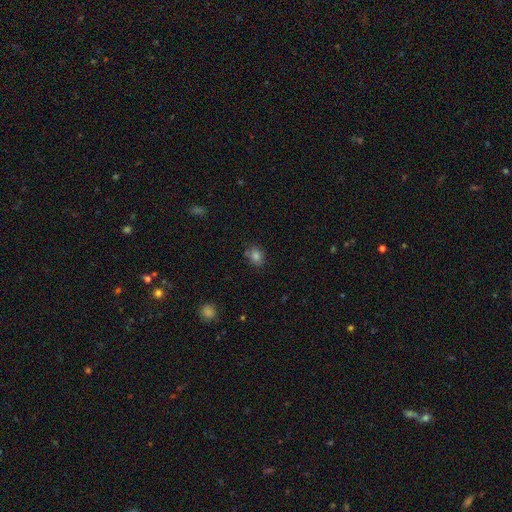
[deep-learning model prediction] Morphology: type=smooth (80%); roundness=in between (52%); merging=none (75%).